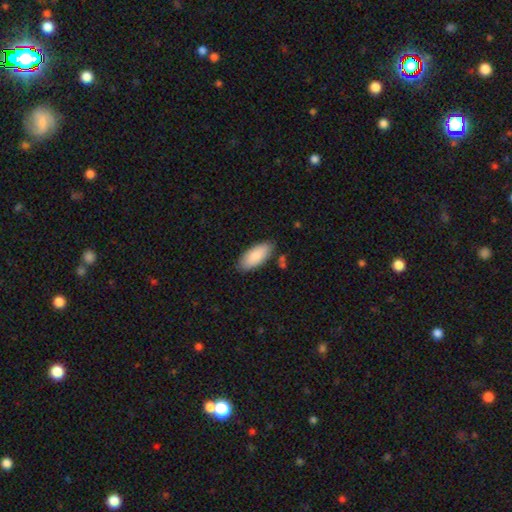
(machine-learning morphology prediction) Overall: smooth (86%). How rounded: in between (88%). Merging: none (82%).